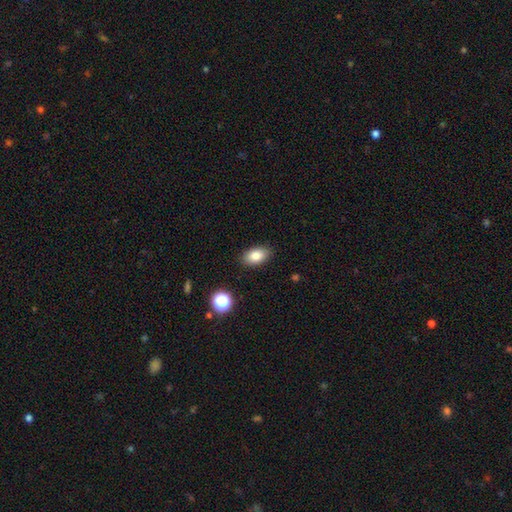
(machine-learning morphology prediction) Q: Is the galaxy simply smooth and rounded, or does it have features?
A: smooth — 84%.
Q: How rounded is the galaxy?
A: in between — 90%.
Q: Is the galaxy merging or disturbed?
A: none — 87%.